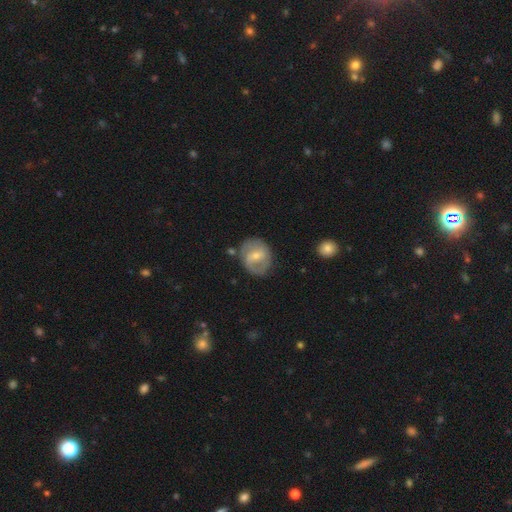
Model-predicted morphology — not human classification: Q: Smooth or featured?
A: featured or disk (62%); runner-up: smooth (32%)
Q: Edge-on disk?
A: no (97%); runner-up: yes (3%)
Q: Bar?
A: weak (52%); runner-up: no (25%)
Q: Spiral arms?
A: yes (72%); runner-up: no (28%)
Q: Bulge size?
A: small (55%); runner-up: moderate (40%)
Q: Merging?
A: none (69%); runner-up: minor disturbance (19%)